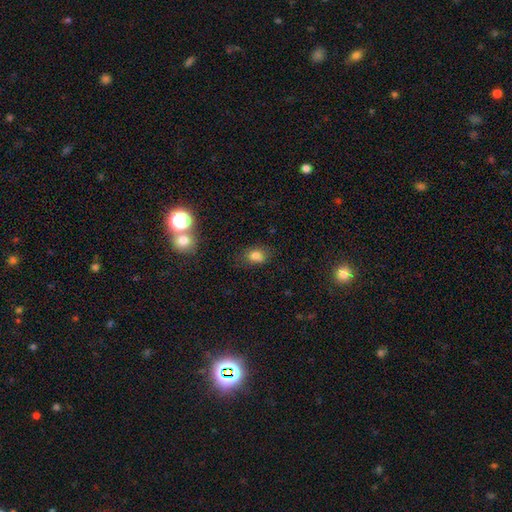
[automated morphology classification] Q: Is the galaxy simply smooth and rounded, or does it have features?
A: smooth — 78%.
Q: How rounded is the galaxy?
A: in between — 66%.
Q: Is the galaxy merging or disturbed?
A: none — 72%.